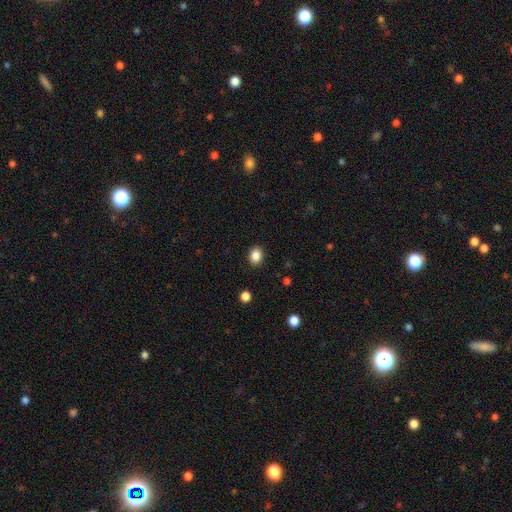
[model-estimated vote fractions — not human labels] Smooth or featured: smooth — 86% (star or artifact — 9%)
How rounded: in between — 59% (round — 40%)
Merging: none — 89% (minor disturbance — 7%)